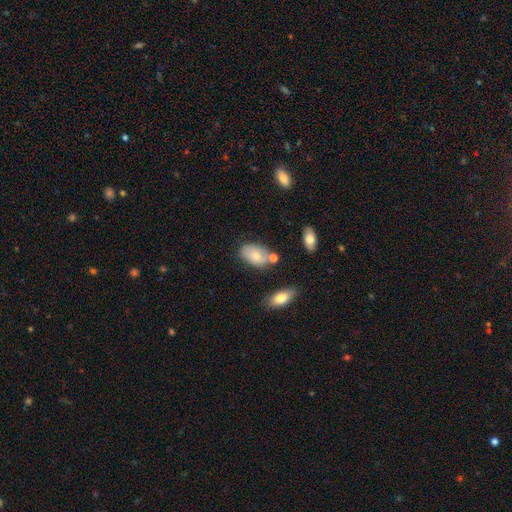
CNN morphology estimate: type=smooth (75%); roundness=in between (91%); merging=none (58%).